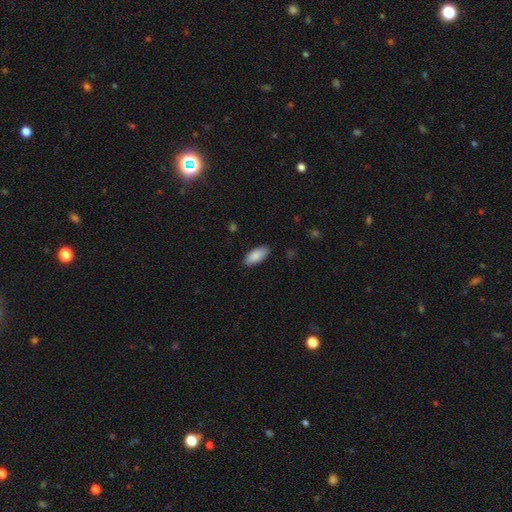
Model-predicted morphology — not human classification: smooth 88%, star or artifact 6%, featured or disk 6%. Down the decision tree: how rounded — in between (89%); merging — none (87%).